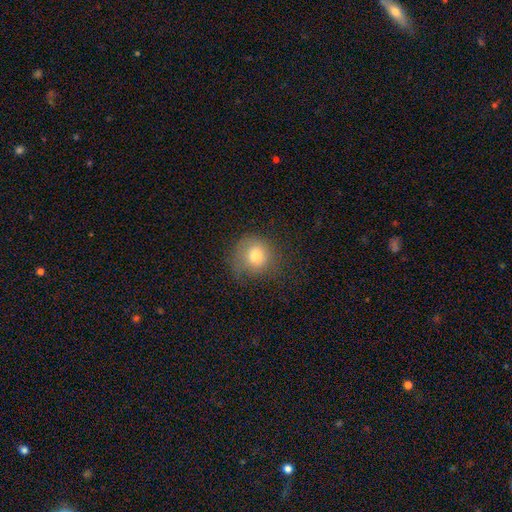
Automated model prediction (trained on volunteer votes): Smooth or featured?
  - smooth: 78% *
  - featured or disk: 12%
  - star or artifact: 11%
How rounded?
  - round: 87% *
  - in between: 12%
  - cigar-shaped: 1%
Merging?
  - none: 61% *
  - minor disturbance: 24%
  - major disturbance: 13%
  - merger: 2%